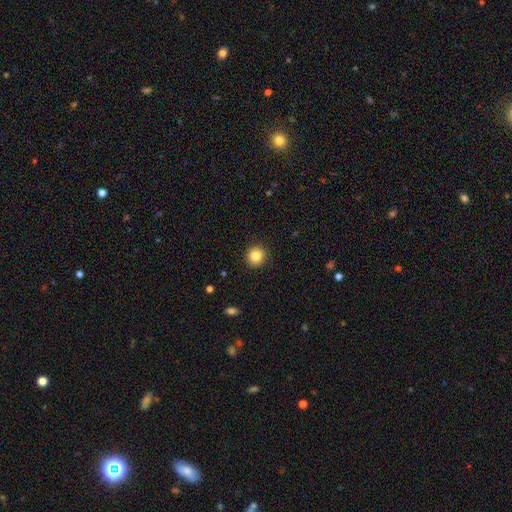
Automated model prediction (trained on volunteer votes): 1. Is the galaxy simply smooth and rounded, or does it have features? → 85% smooth, 10% star or artifact, 5% featured or disk.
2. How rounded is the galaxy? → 90% round, 9% in between, 1% cigar-shaped.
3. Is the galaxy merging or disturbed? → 91% none, 6% minor disturbance, 2% major disturbance, 1% merger.